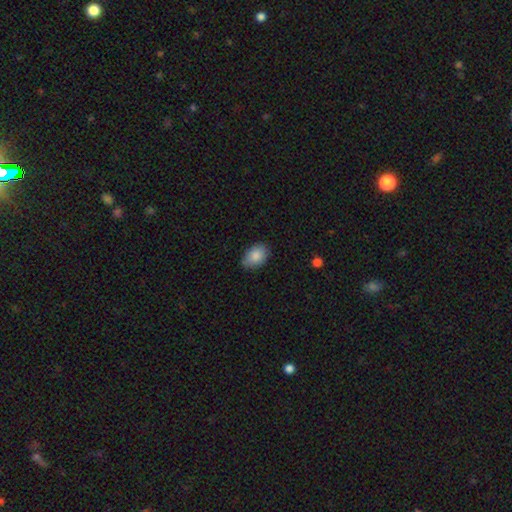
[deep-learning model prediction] Morphology: type=smooth (87%); roundness=in between (85%); merging=none (78%).